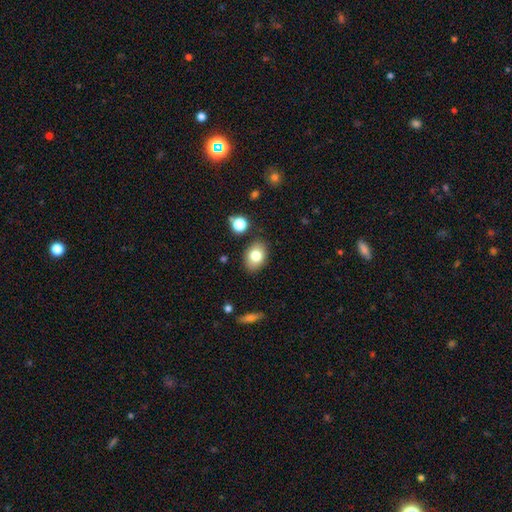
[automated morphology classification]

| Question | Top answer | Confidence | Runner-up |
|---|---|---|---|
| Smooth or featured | smooth | 79% | featured or disk (12%) |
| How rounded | in between | 77% | round (22%) |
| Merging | none | 85% | minor disturbance (10%) |